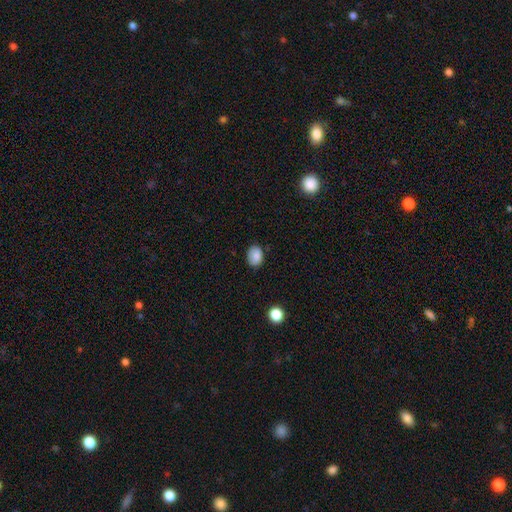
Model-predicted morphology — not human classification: smooth_or_featured: smooth (p=0.85) [alt: star or artifact p=0.08]
how_rounded: in between (p=0.70) [alt: round p=0.29]
merging: none (p=0.80) [alt: minor disturbance p=0.16]